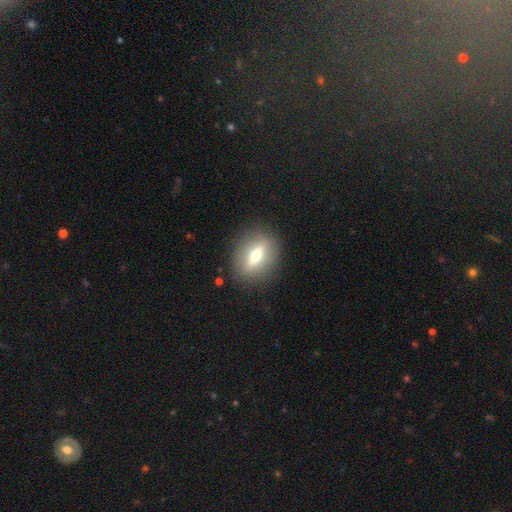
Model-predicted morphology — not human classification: The model was most divided on "smooth or featured": featured or disk: 56%, smooth: 36%, star or artifact: 9%. More confident: merging — none (87%); edge-on disk — yes (65%).